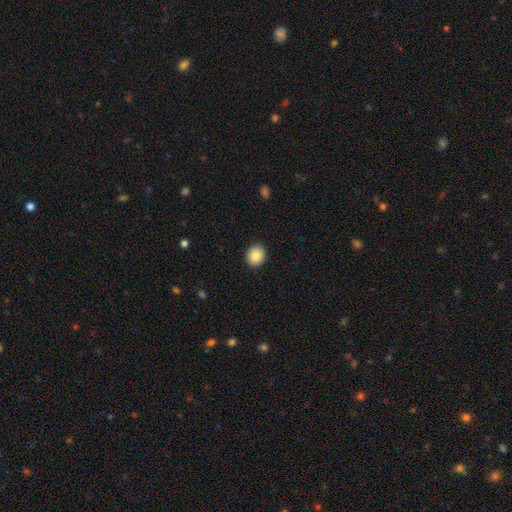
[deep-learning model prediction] Smooth or featured? smooth (88%)
How rounded? round (76%)
Merging? none (91%)